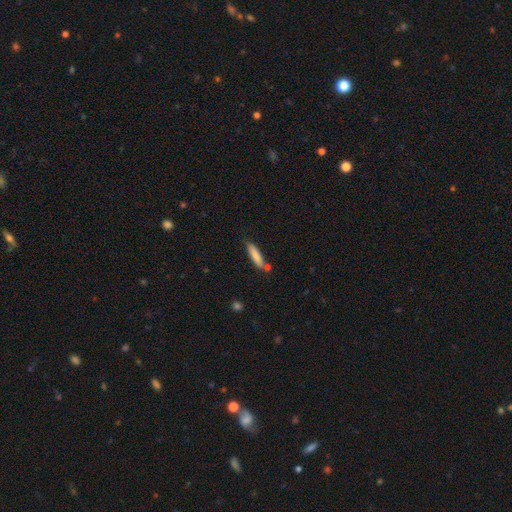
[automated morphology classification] The model was most divided on "merging": none: 67%, minor disturbance: 18%, merger: 11%, major disturbance: 4%. More confident: smooth or featured — smooth (80%); how rounded — cigar-shaped (77%).